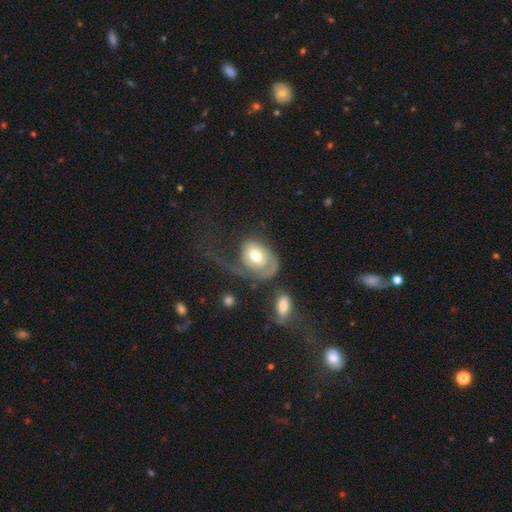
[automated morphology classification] This appears to be a featured or disk galaxy (52%). Merging: major disturbance (53%).